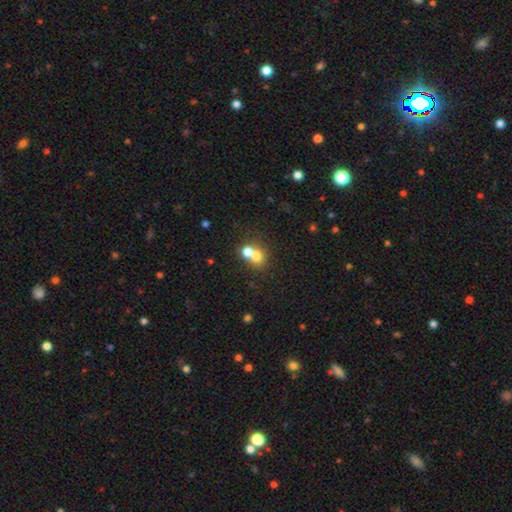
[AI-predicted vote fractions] Overall: smooth (68%). How rounded: round (72%). Merging: merger (62%; none 29%).